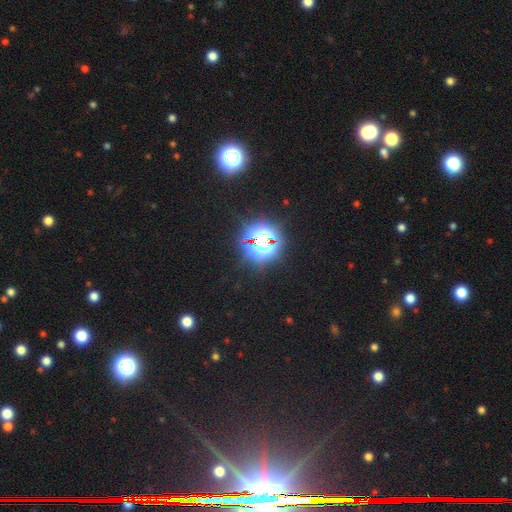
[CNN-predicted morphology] Smooth or featured: star or artifact — 76% (smooth — 15%)